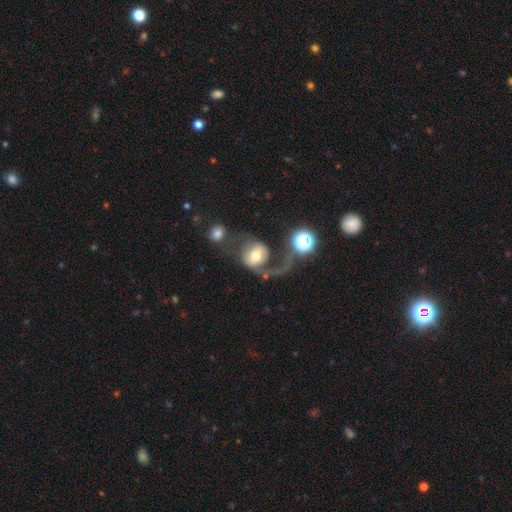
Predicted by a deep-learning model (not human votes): Overall: featured or disk (47%; smooth 43%). Merging: major disturbance (39%; none 32%).